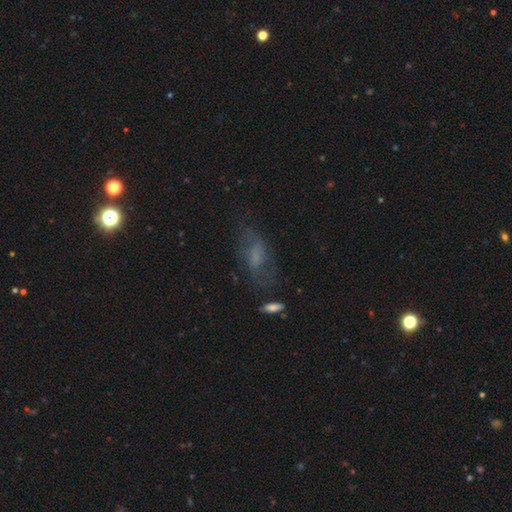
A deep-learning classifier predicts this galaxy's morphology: This appears to be a featured or disk galaxy (43%). Merging: none (53%).